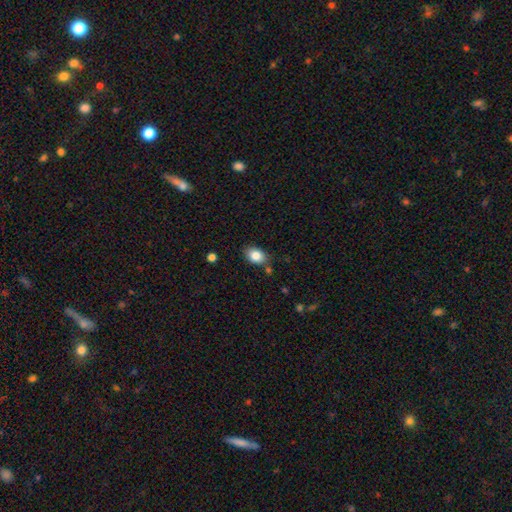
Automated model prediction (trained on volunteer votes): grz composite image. It shows a smooth galaxy with no disk features (85%) that is in between round and cigar-shaped (74%). Merging: none (80%).